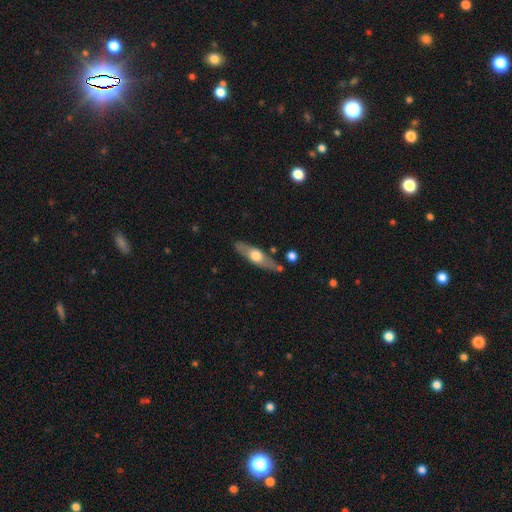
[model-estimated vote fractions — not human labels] smooth_or_featured: featured or disk (p=0.54) [alt: smooth p=0.41]
disk_edge_on: yes (p=0.77) [alt: no p=0.23]
merging: none (p=0.78) [alt: minor disturbance p=0.14]